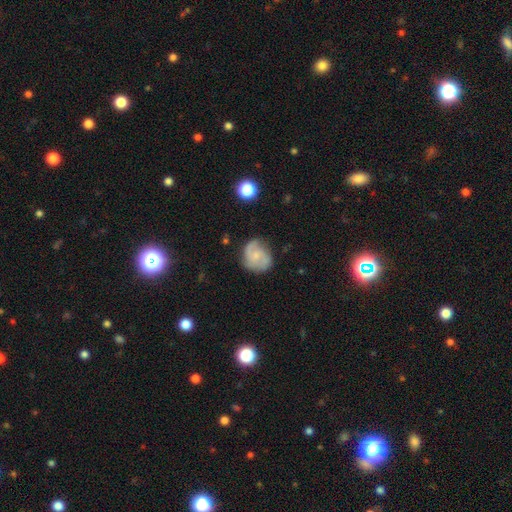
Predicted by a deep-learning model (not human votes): Q: Smooth or featured?
A: featured or disk (54%); runner-up: smooth (38%)
Q: Edge-on disk?
A: no (98%); runner-up: yes (2%)
Q: Bar?
A: no (69%); runner-up: weak (27%)
Q: Spiral arms?
A: yes (86%); runner-up: no (14%)
Q: Bulge size?
A: small (56%); runner-up: moderate (24%)
Q: Merging?
A: none (63%); runner-up: minor disturbance (25%)